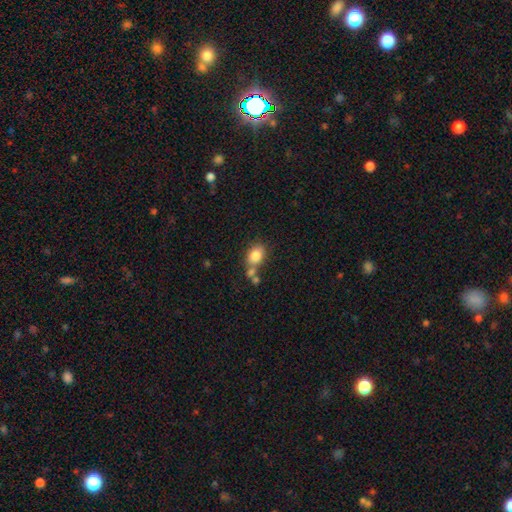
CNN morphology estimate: Smooth or featured? Predicted: smooth (p=0.82). How rounded? Predicted: in between (p=0.71). Merging? Predicted: none (p=0.52).